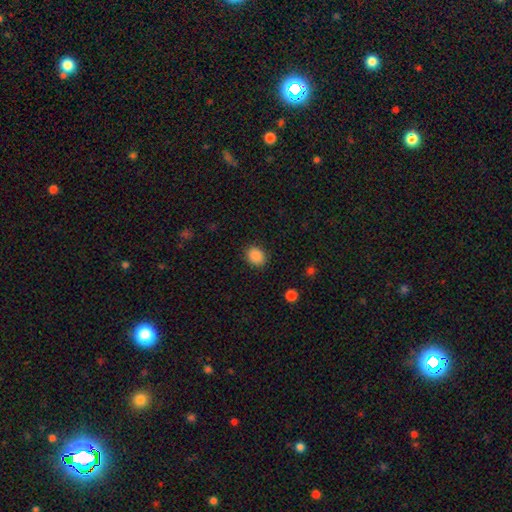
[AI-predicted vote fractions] Smooth or featured?
  - smooth: 88% *
  - star or artifact: 9%
  - featured or disk: 3%
How rounded?
  - round: 54% *
  - in between: 45%
  - cigar-shaped: 1%
Merging?
  - none: 88% *
  - minor disturbance: 9%
  - major disturbance: 3%
  - merger: 1%